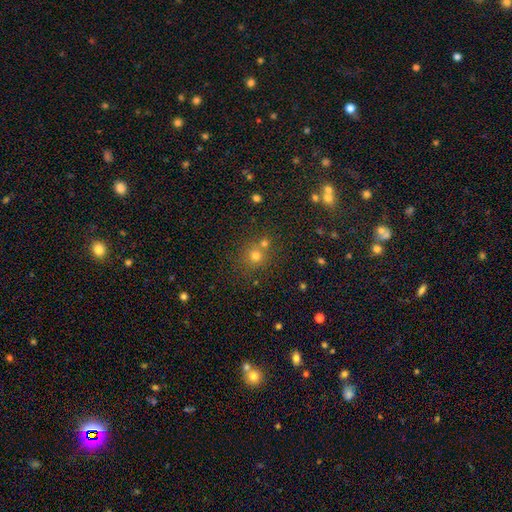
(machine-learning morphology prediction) Smooth or featured? Predicted: smooth (p=0.67). How rounded? Predicted: round (p=0.89). Merging? Predicted: none (p=0.66).